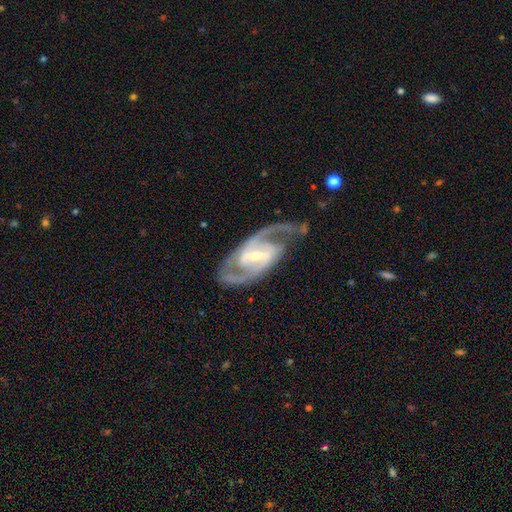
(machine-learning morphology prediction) Overall: featured or disk (92%). Edge-on disk: no (96%). Bar: strong (52%; weak 37%). Spiral arms: yes (98%). Spiral arm count: 2 (90%). Spiral winding: medium (59%; tight 27%). Bulge size: small (63%; moderate 32%). Merging: none (75%).